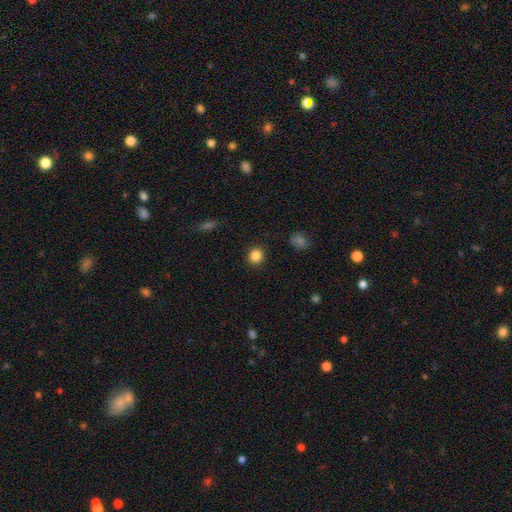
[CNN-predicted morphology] type=smooth (85%); roundness=round (86%); merging=none (91%).